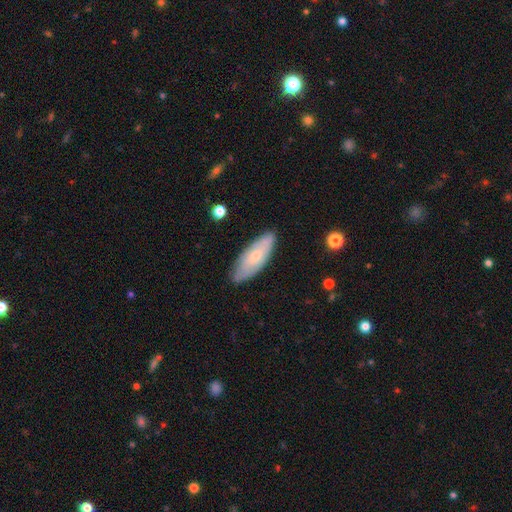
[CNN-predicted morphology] A smooth galaxy with no disk features (60%) that is in between round and cigar-shaped (68%).

Vote fractions:
- Smooth or featured? smooth: 60% / featured or disk: 34% / star or artifact: 6%
- How rounded? in between: 68% / cigar-shaped: 30% / round: 2%
- Merging? none: 81% / minor disturbance: 16% / major disturbance: 3% / merger: 1%